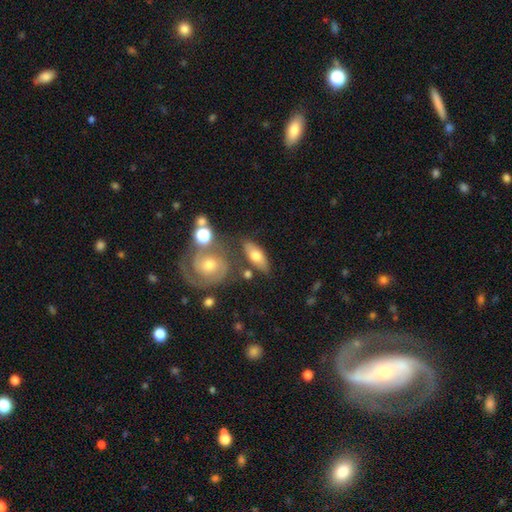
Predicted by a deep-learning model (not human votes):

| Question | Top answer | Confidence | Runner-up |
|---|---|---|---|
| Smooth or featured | smooth | 59% | featured or disk (34%) |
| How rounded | in between | 76% | cigar-shaped (19%) |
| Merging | none | 65% | minor disturbance (15%) |